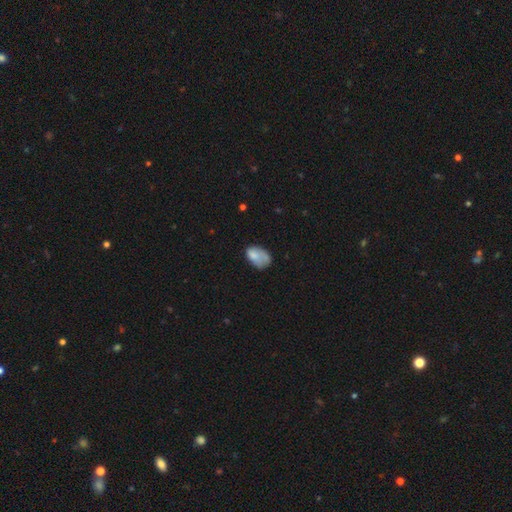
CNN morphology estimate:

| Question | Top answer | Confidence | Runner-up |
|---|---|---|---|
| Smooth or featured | smooth | 76% | featured or disk (16%) |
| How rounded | in between | 88% | round (11%) |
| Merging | none | 41% | minor disturbance (35%) |